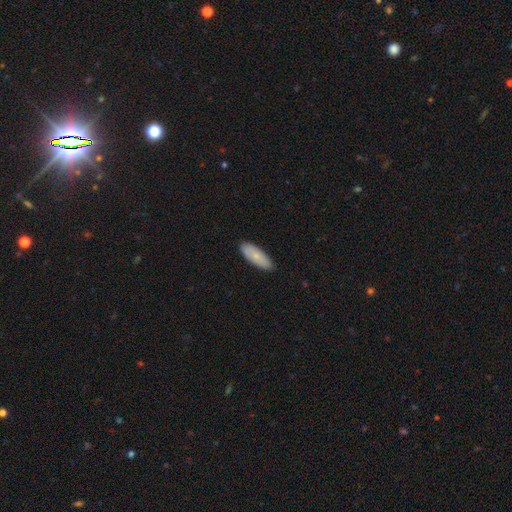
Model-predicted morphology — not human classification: Q: Smooth or featured?
A: smooth (76%); runner-up: featured or disk (18%)
Q: How rounded?
A: in between (68%); runner-up: cigar-shaped (30%)
Q: Merging?
A: none (87%); runner-up: minor disturbance (11%)